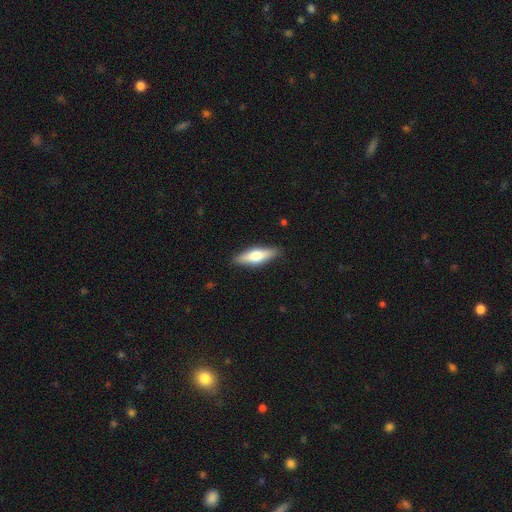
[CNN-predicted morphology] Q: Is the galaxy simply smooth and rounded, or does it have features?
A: smooth — 58%.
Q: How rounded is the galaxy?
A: cigar-shaped — 53%.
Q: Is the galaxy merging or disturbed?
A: none — 88%.